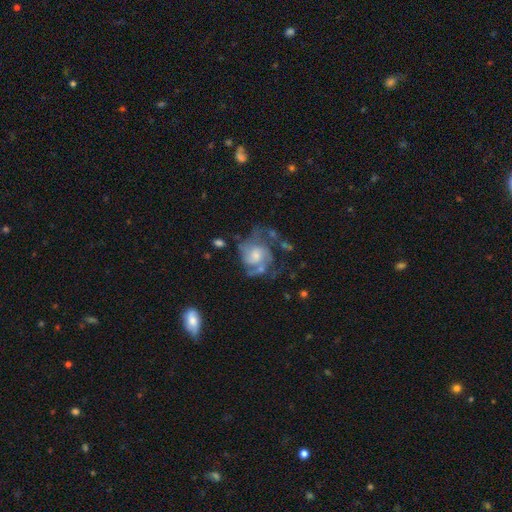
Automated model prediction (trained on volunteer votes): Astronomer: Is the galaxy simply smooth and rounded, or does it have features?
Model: featured or disk — 74%.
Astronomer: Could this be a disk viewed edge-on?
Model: no — 98%.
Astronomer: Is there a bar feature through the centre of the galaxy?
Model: no — 66%.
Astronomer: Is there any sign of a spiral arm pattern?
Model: yes — 87%.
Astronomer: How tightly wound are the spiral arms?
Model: medium — 47% (runner-up: tight, 34%).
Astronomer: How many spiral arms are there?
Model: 2 — 42% (runner-up: can't tell, 24%).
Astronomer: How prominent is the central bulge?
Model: moderate — 48% (runner-up: small, 33%).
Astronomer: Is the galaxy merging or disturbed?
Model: none — 41% (runner-up: major disturbance, 28%).